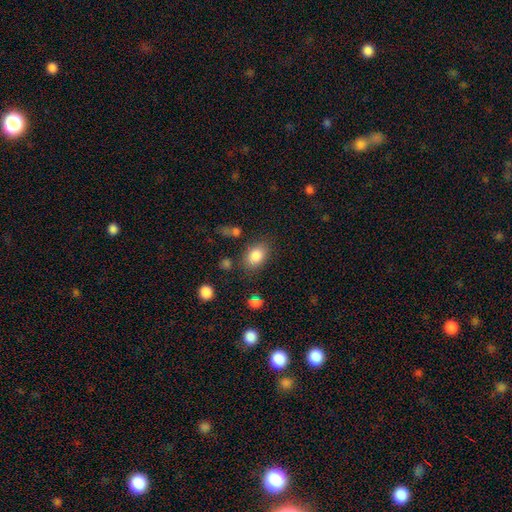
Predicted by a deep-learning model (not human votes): Smooth or featured?
  - smooth: 84% *
  - star or artifact: 9%
  - featured or disk: 8%
How rounded?
  - in between: 80% *
  - round: 19%
  - cigar-shaped: 1%
Merging?
  - none: 77% *
  - minor disturbance: 14%
  - major disturbance: 5%
  - merger: 5%